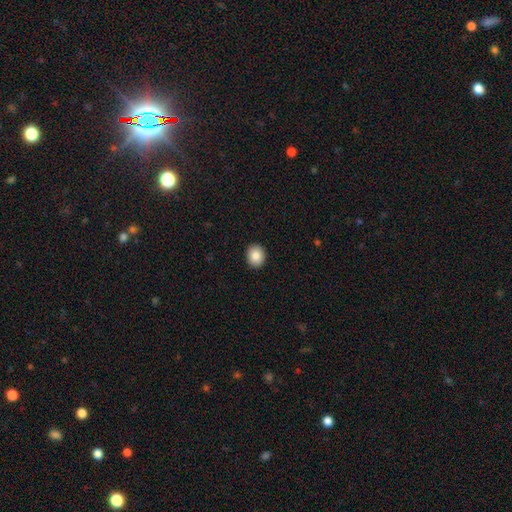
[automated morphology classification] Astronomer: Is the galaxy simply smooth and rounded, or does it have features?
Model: smooth — 86%.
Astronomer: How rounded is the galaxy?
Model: round — 67%.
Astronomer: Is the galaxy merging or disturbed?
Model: none — 92%.